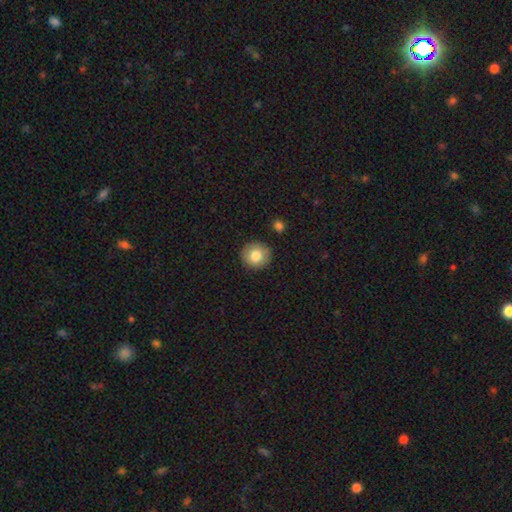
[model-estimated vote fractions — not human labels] smooth_or_featured: smooth (p=0.81) [alt: featured or disk p=0.11]
how_rounded: round (p=0.91) [alt: in between p=0.08]
merging: none (p=0.89) [alt: minor disturbance p=0.07]